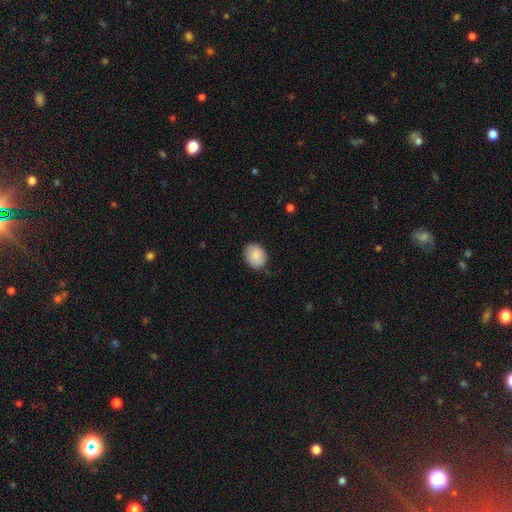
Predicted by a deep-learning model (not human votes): Smooth or featured? Predicted: smooth (p=0.88). How rounded? Predicted: round (p=0.57). Merging? Predicted: none (p=0.81).